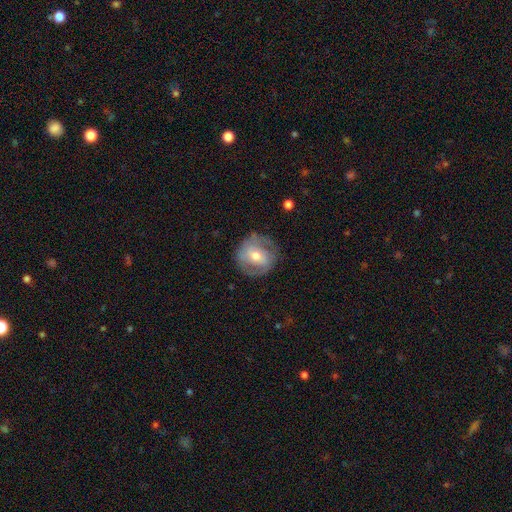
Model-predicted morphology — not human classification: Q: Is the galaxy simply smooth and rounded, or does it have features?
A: featured or disk — 59%.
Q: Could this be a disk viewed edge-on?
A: no — 96%.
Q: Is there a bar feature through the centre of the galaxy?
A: weak — 42%.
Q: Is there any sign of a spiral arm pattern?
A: yes — 69%.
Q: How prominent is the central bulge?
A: moderate — 66%.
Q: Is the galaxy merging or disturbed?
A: none — 72%.